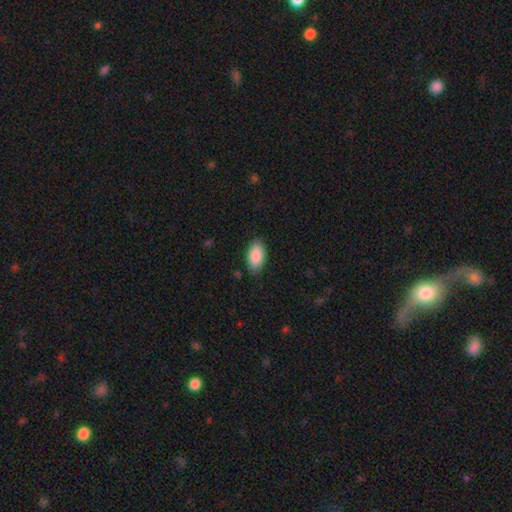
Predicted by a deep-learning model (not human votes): A smooth galaxy with no disk features (88%) that is in between round and cigar-shaped (94%). Merging: none (85%).